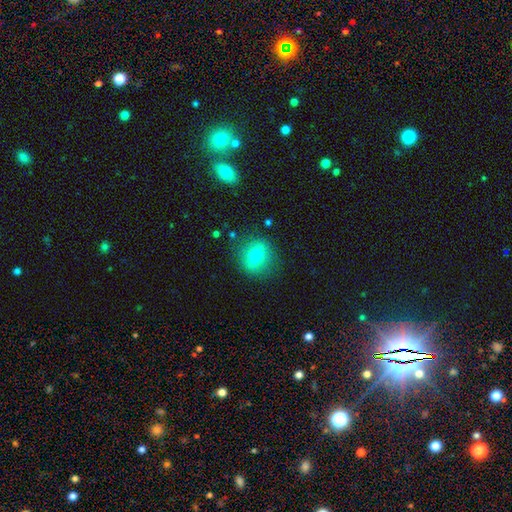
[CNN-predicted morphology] Q: Smooth or featured?
A: smooth (64%); runner-up: featured or disk (27%)
Q: How rounded?
A: round (70%); runner-up: in between (27%)
Q: Merging?
A: none (82%); runner-up: minor disturbance (12%)